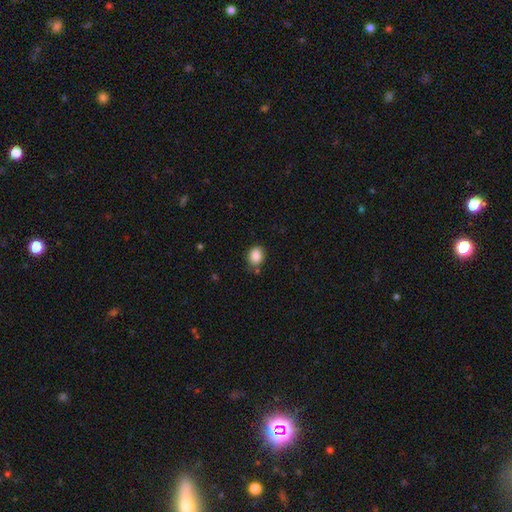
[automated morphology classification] Smooth or featured: smooth — 86% (star or artifact — 9%)
How rounded: round — 50% (in between — 49%)
Merging: none — 77% (minor disturbance — 15%)